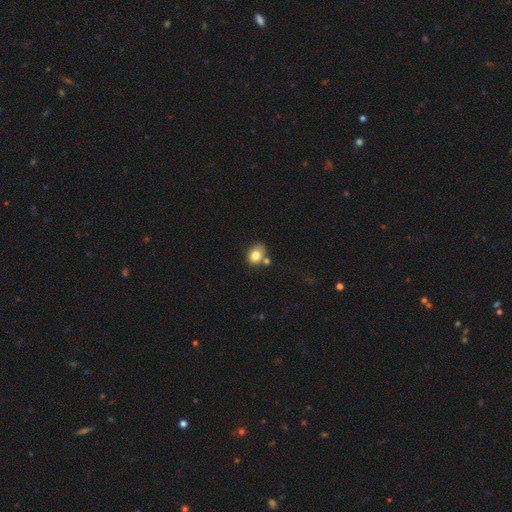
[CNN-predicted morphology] smooth-or-featured: smooth: 79% | featured or disk: 11% | star or artifact: 9%
  how-rounded: in between: 61% | round: 38% | cigar-shaped: 1%
  merging: none: 55% | merger: 23% | minor disturbance: 18% | major disturbance: 5%